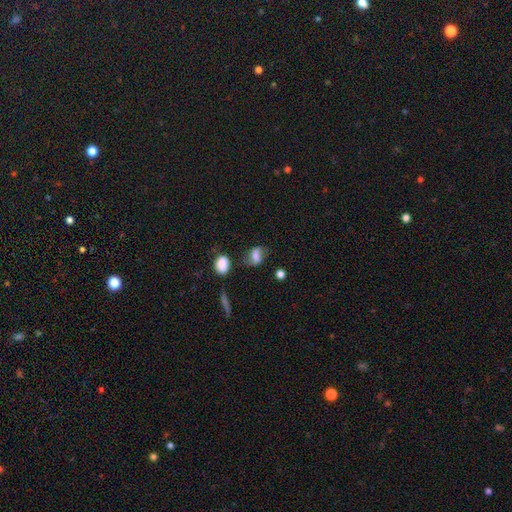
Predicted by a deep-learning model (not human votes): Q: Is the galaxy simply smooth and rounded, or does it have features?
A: smooth — 55%.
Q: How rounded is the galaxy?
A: in between — 69%.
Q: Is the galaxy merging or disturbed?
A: none — 62%.